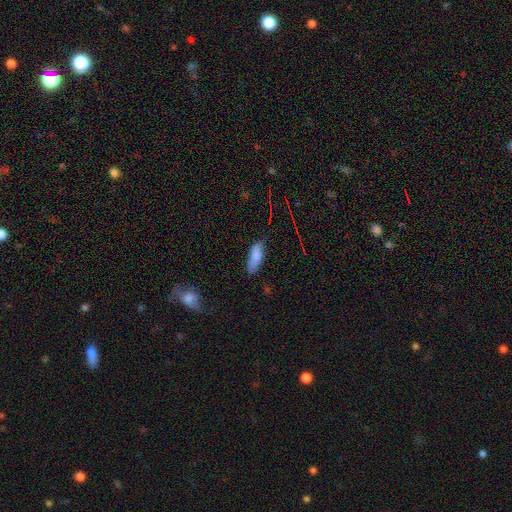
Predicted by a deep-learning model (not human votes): This is clearly a smooth galaxy (81%). How rounded: likely in between (66%). Merging: likely none (71%).